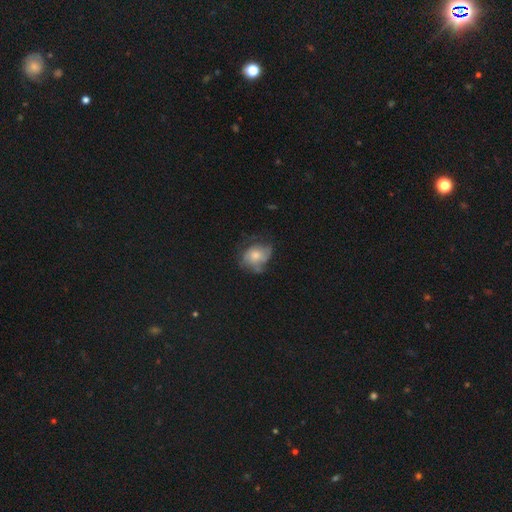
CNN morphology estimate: smooth 47%, featured or disk 44%, star or artifact 9%. Down the decision tree: merging — none (47%).